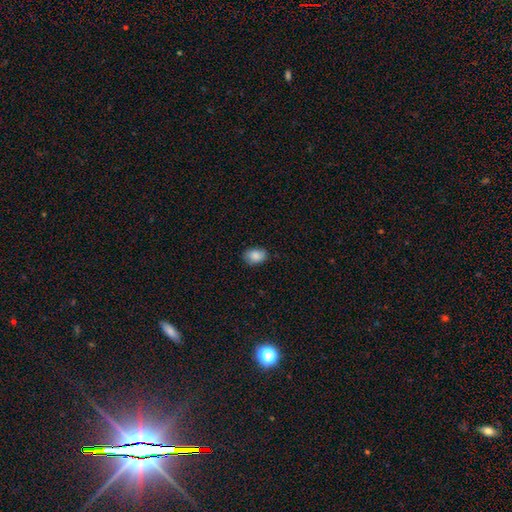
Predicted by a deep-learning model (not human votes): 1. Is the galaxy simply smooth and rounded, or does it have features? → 85% smooth, 8% featured or disk, 8% star or artifact.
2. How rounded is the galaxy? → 80% in between, 19% round, 1% cigar-shaped.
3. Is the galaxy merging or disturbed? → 82% none, 15% minor disturbance, 3% major disturbance, 1% merger.